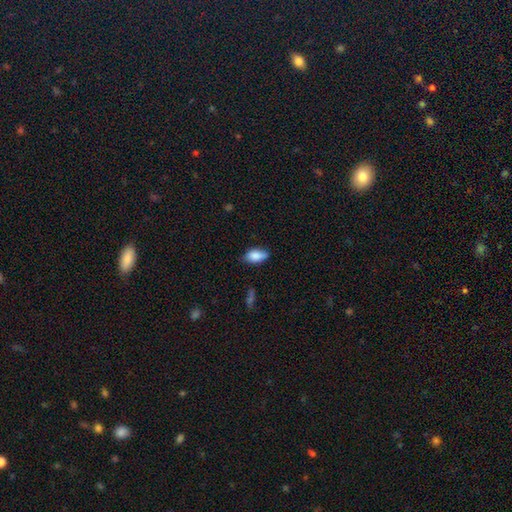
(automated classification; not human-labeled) Smooth or featured? smooth (83%)
How rounded? in between (90%)
Merging? none (71%)